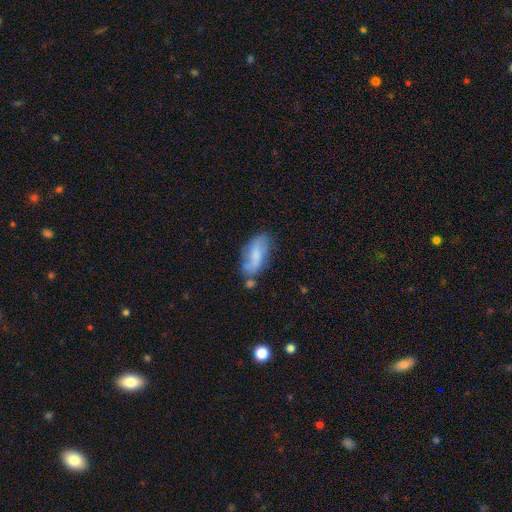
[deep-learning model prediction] Morphology: type=smooth (63%); roundness=in between (84%); merging=none (56%).